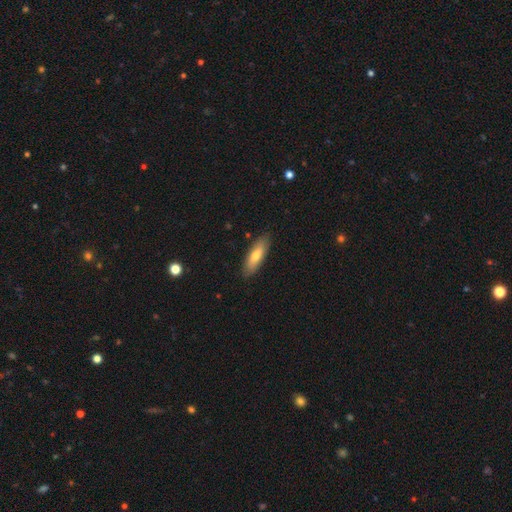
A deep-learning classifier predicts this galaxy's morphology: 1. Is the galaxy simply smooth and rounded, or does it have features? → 72% smooth, 23% featured or disk, 6% star or artifact.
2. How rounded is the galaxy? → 55% in between, 43% cigar-shaped, 2% round.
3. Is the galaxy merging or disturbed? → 86% none, 10% minor disturbance, 2% major disturbance, 1% merger.